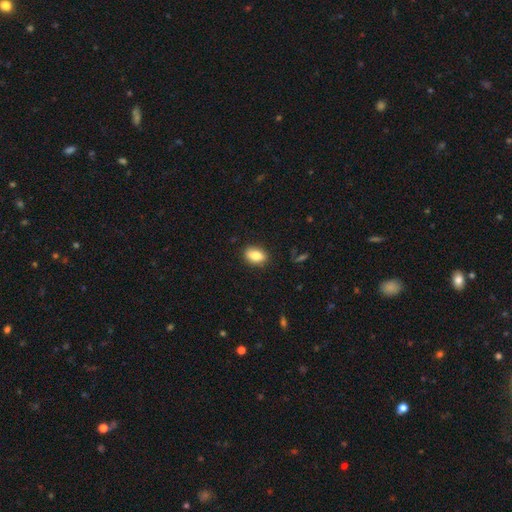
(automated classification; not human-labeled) Q: Smooth or featured?
A: smooth (82%); runner-up: featured or disk (10%)
Q: How rounded?
A: in between (84%); runner-up: round (12%)
Q: Merging?
A: none (84%); runner-up: minor disturbance (12%)